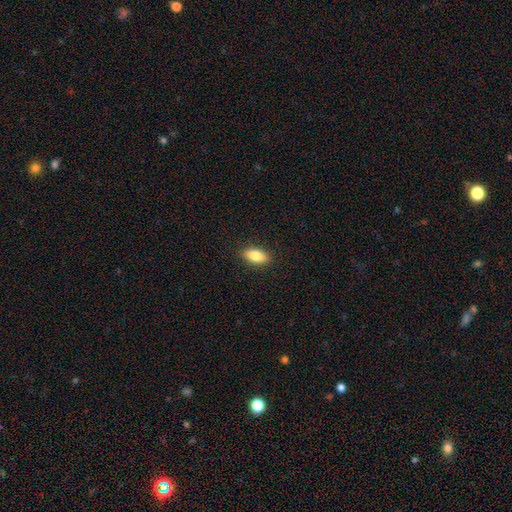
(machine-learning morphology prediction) This is clearly a smooth galaxy (82%). How rounded: clearly in between (86%). Merging: clearly none (89%).